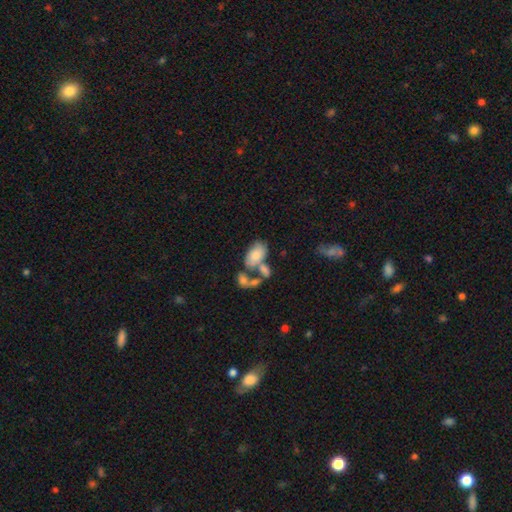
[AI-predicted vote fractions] This appears to be a smooth galaxy with no disk features (72%) that is in between round and cigar-shaped (93%). Merging: merger (40%).